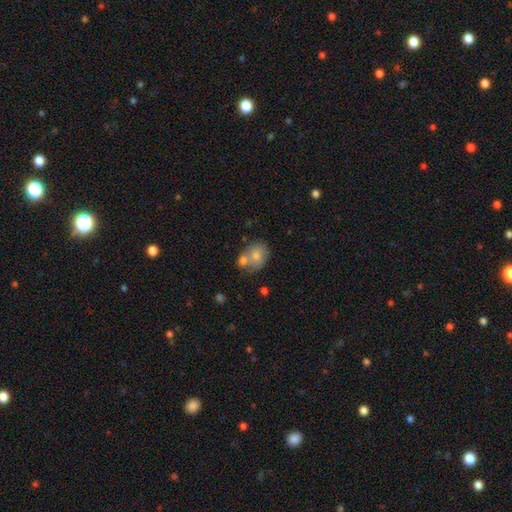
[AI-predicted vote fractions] Q: Smooth or featured?
A: smooth (71%); runner-up: featured or disk (21%)
Q: How rounded?
A: in between (53%); runner-up: round (46%)
Q: Merging?
A: merger (47%); runner-up: none (34%)